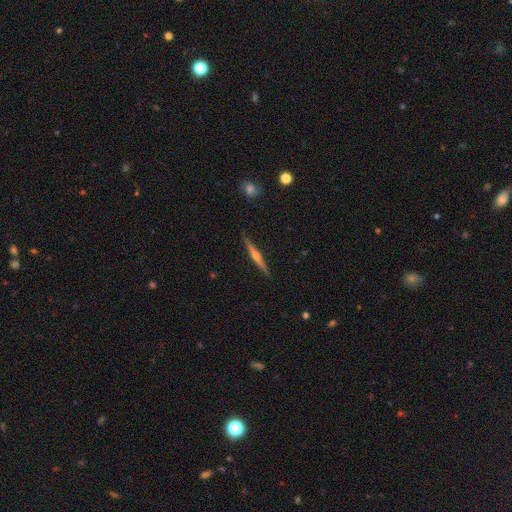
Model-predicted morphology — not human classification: Smooth or featured: featured or disk — 74% (smooth — 20%)
Edge-on disk: yes — 98% (no — 2%)
Edge-on bulge: rounded — 82% (none — 12%)
Merging: none — 91% (minor disturbance — 6%)